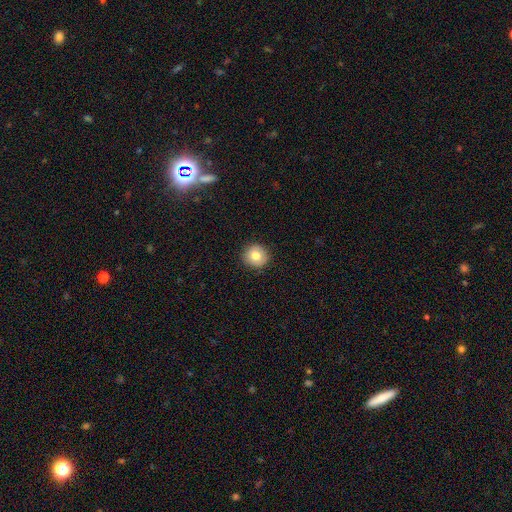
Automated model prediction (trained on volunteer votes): A smooth galaxy with no disk features (78%) that is round (91%). Merging: none (90%).